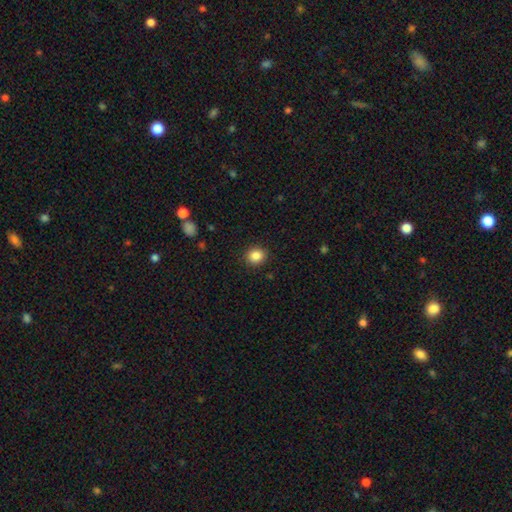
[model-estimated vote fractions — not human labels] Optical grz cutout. It shows a smooth galaxy with no disk features (86%) that is round (75%). Merging: none (90%).